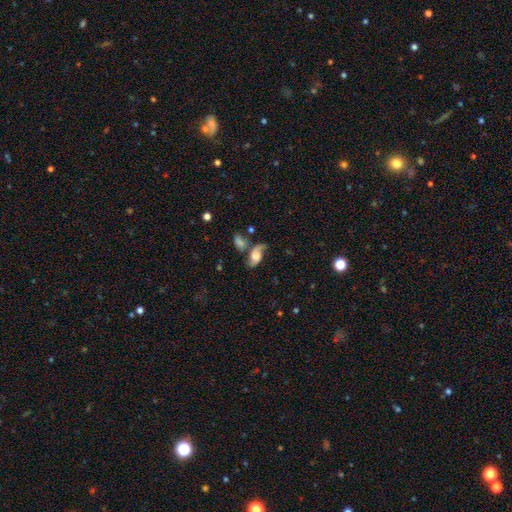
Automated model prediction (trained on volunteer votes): The model was most divided on "merging": none: 36%, merger: 27%, minor disturbance: 19%, major disturbance: 18%. Remaining: edge-on disk — no (95%); spiral arms — yes (89%); spiral arm count — 2 (79%); spiral winding — loose (68%); bar — no (65%); smooth or featured — featured or disk (62%); bulge size — large (37%).